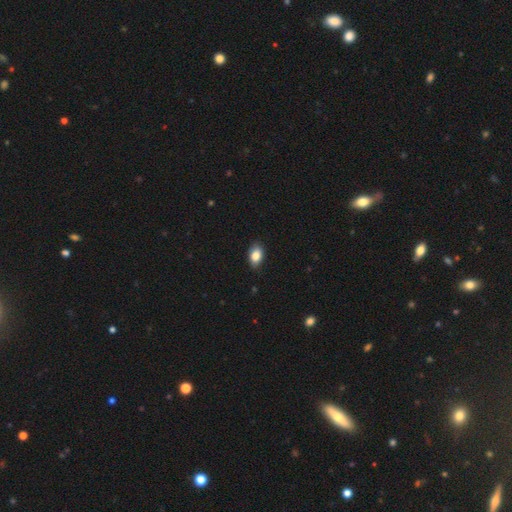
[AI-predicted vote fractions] Smooth or featured? smooth (84%)
How rounded? in between (89%)
Merging? none (83%)